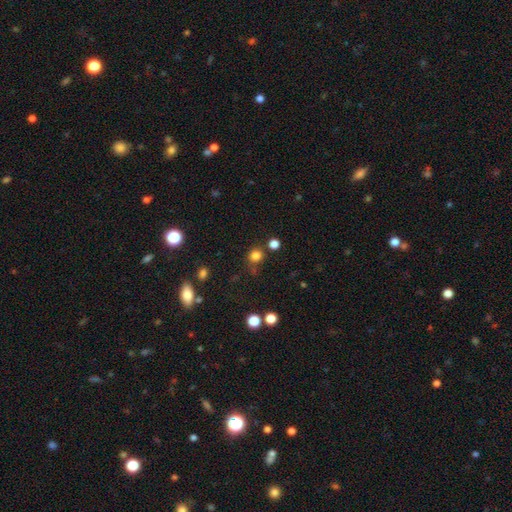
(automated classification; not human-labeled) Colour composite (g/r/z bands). It shows a smooth galaxy with no disk features (80%) that is round (89%). Merging: none (77%).